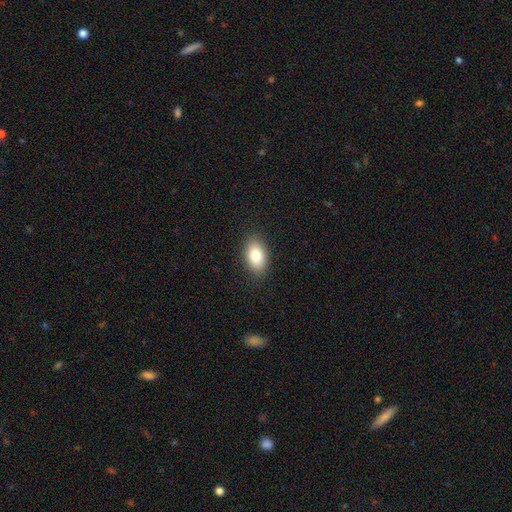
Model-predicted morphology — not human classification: Smooth or featured: smooth — 83% (featured or disk — 9%)
How rounded: in between — 91% (round — 7%)
Merging: none — 88% (minor disturbance — 9%)